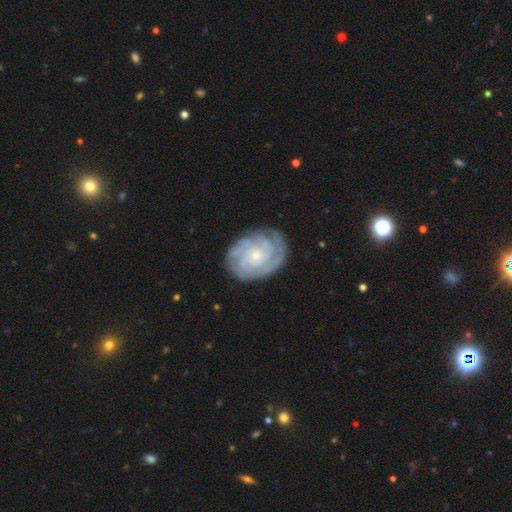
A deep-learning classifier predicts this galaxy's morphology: Q: Smooth or featured?
A: featured or disk (85%); runner-up: smooth (9%)
Q: Edge-on disk?
A: no (97%); runner-up: yes (3%)
Q: Bar?
A: no (78%); runner-up: weak (18%)
Q: Spiral arms?
A: yes (97%); runner-up: no (3%)
Q: Spiral winding?
A: tight (78%); runner-up: medium (19%)
Q: Spiral arm count?
A: can't tell (27%); runner-up: 4 (23%)
Q: Bulge size?
A: small (75%); runner-up: moderate (21%)
Q: Merging?
A: none (81%); runner-up: minor disturbance (14%)